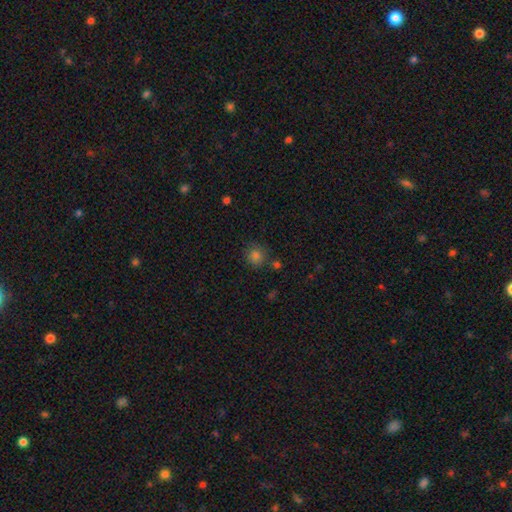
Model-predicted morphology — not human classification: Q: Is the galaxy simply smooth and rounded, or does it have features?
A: smooth — 81%.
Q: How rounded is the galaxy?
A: round — 88%.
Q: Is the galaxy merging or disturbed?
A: none — 77%.